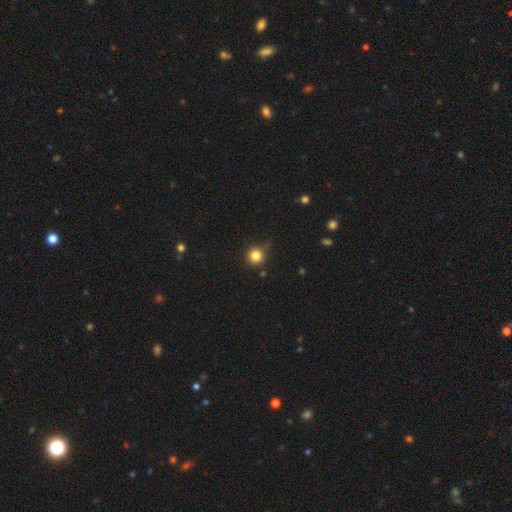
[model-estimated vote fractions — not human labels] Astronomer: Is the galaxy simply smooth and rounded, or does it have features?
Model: smooth — 83%.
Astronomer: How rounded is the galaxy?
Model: round — 94%.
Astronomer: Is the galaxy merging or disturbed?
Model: none — 80%.